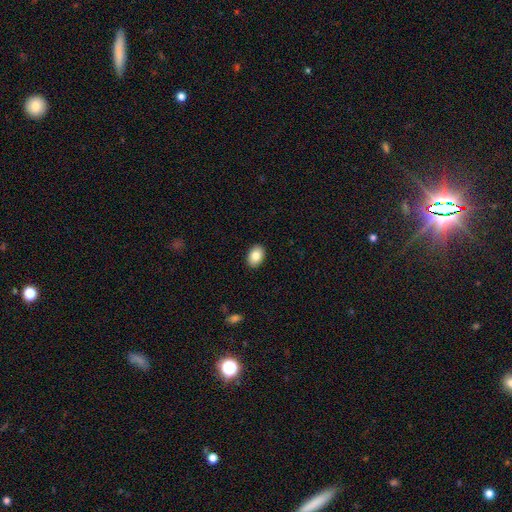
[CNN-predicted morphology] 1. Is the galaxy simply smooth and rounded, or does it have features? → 83% smooth, 9% featured or disk, 8% star or artifact.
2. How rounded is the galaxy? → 83% in between, 16% round, 1% cigar-shaped.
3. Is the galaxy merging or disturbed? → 91% none, 7% minor disturbance, 2% major disturbance, 1% merger.